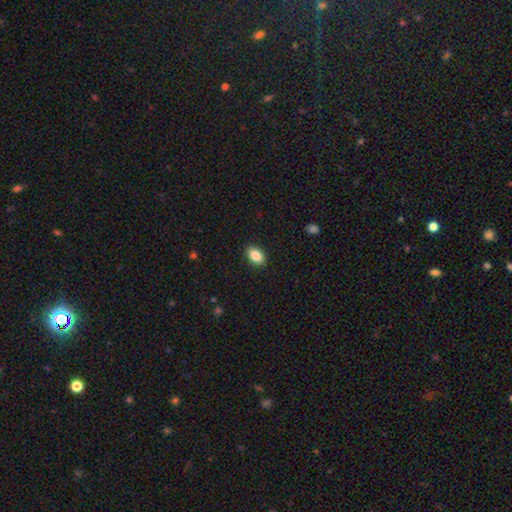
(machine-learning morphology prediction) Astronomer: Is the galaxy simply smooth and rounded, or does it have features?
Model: smooth — 87%.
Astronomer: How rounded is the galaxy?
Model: in between — 88%.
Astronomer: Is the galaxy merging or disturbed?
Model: none — 90%.